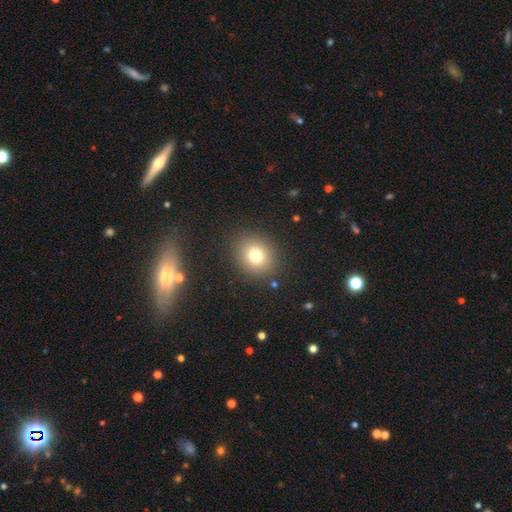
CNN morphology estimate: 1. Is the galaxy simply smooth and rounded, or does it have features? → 76% smooth, 14% star or artifact, 10% featured or disk.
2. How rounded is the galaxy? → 75% round, 24% in between, 1% cigar-shaped.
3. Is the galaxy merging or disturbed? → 87% none, 8% minor disturbance, 3% major disturbance, 2% merger.